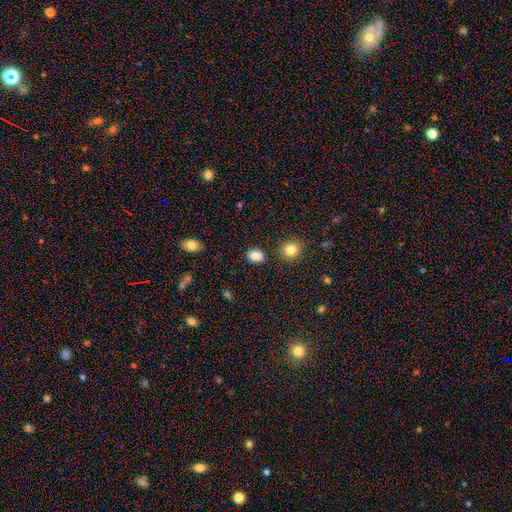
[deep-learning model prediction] Smooth or featured? Predicted: smooth (p=0.86). How rounded? Predicted: in between (p=0.70). Merging? Predicted: none (p=0.86).